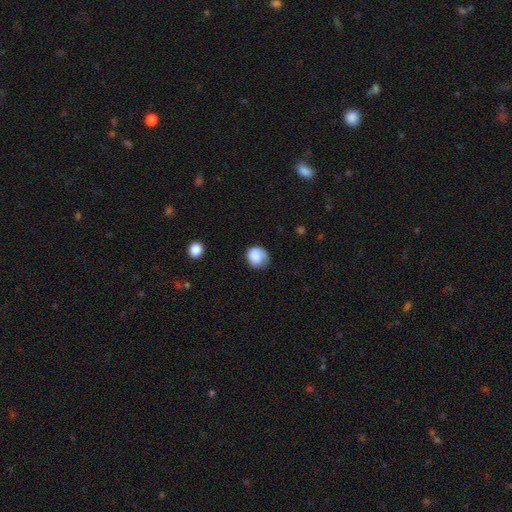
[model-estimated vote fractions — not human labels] A smooth galaxy with no disk features (78%) that is round (76%). Merging: none (54%).